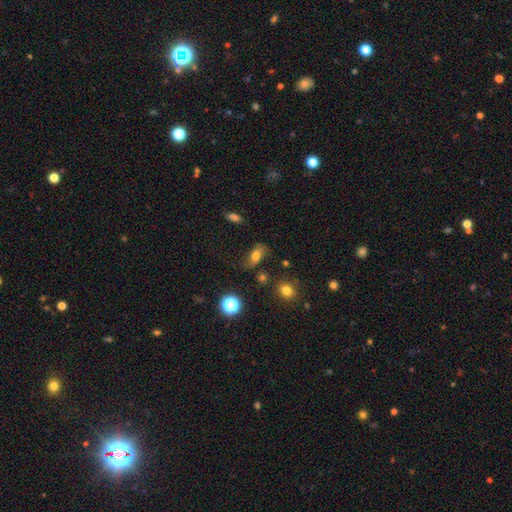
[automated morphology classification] smooth 60%, featured or disk 25%, star or artifact 14%. Down the decision tree: how rounded — in between (79%); merging — none (60%).